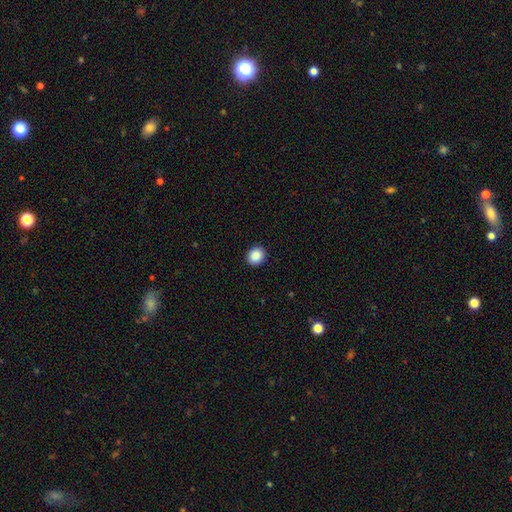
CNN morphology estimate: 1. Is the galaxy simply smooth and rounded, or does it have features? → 90% smooth, 8% star or artifact, 2% featured or disk.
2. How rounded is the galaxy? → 65% round, 34% in between, 1% cigar-shaped.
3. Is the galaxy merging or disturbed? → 92% none, 6% minor disturbance, 2% major disturbance, 1% merger.